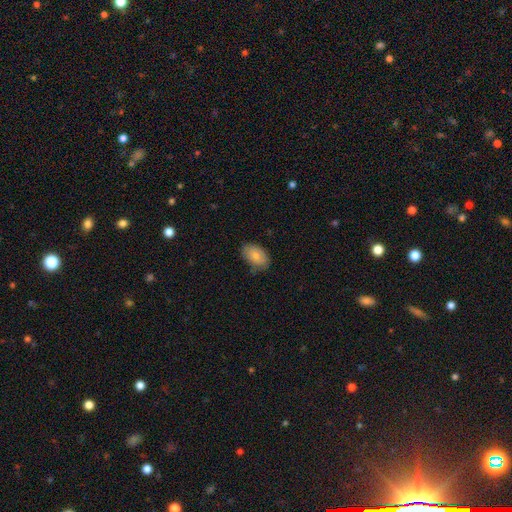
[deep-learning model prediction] Smooth or featured?
  - smooth: 78% *
  - featured or disk: 16%
  - star or artifact: 7%
How rounded?
  - in between: 89% *
  - round: 9%
  - cigar-shaped: 1%
Merging?
  - none: 71% *
  - minor disturbance: 24%
  - major disturbance: 4%
  - merger: 1%